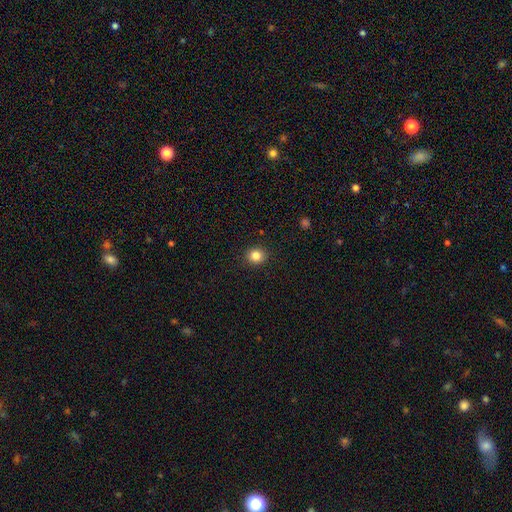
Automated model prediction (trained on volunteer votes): This is clearly a smooth galaxy (84%). How rounded: clearly round (80%). Merging: clearly none (91%).